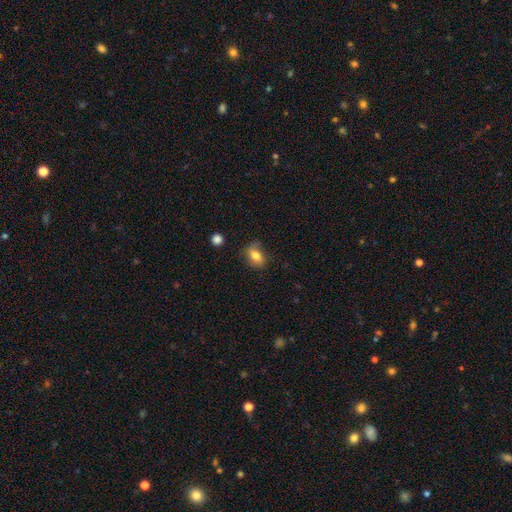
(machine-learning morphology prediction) A smooth galaxy with no disk features (73%) that is in between round and cigar-shaped (79%). Merging: none (66%).